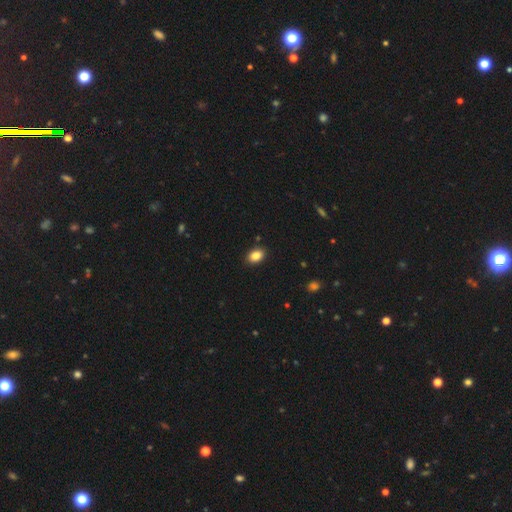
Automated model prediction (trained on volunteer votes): smooth-or-featured: smooth: 87% | star or artifact: 9% | featured or disk: 5%
  how-rounded: in between: 82% | round: 17% | cigar-shaped: 1%
  merging: none: 89% | minor disturbance: 8% | major disturbance: 2% | merger: 1%